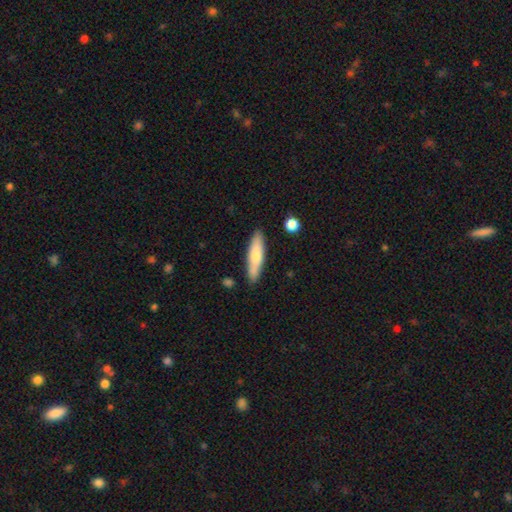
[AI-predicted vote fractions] Smooth or featured?
  - smooth: 70% *
  - featured or disk: 25%
  - star or artifact: 5%
How rounded?
  - cigar-shaped: 74% *
  - in between: 25%
  - round: 2%
Merging?
  - none: 83% *
  - minor disturbance: 12%
  - merger: 3%
  - major disturbance: 2%